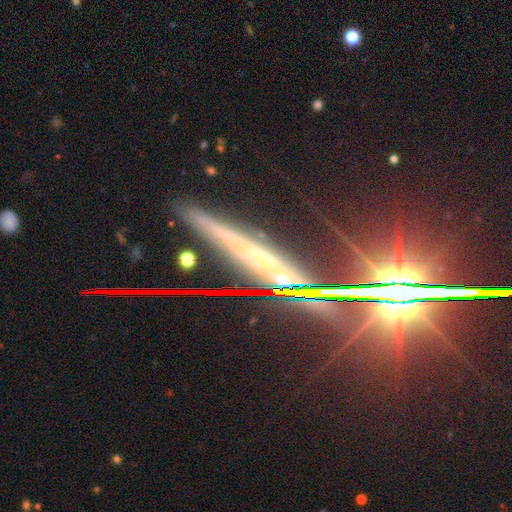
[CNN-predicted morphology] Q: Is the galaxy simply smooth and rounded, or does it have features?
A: featured or disk — 50%.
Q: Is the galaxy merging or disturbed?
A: none — 80%.